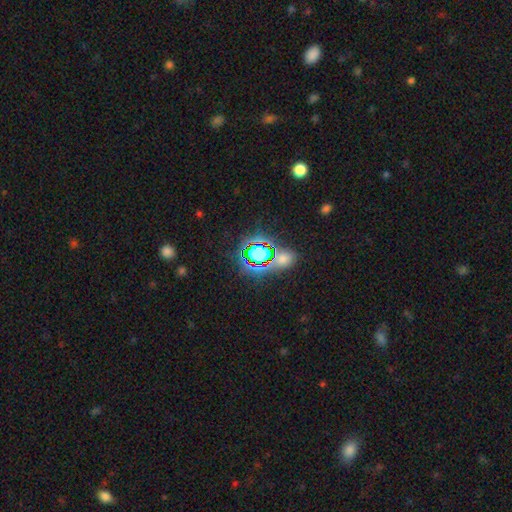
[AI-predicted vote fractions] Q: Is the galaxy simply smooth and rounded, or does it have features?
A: star or artifact — 71%.